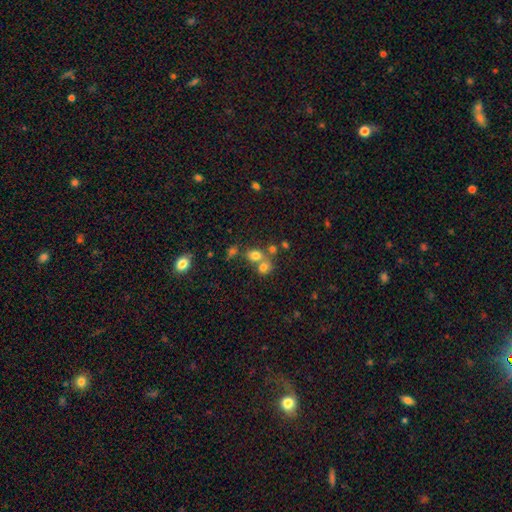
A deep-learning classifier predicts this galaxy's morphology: smooth-or-featured: smooth: 73% | star or artifact: 16% | featured or disk: 11%
  how-rounded: round: 58% | in between: 41% | cigar-shaped: 1%
  merging: merger: 45% | none: 42% | minor disturbance: 8% | major disturbance: 4%